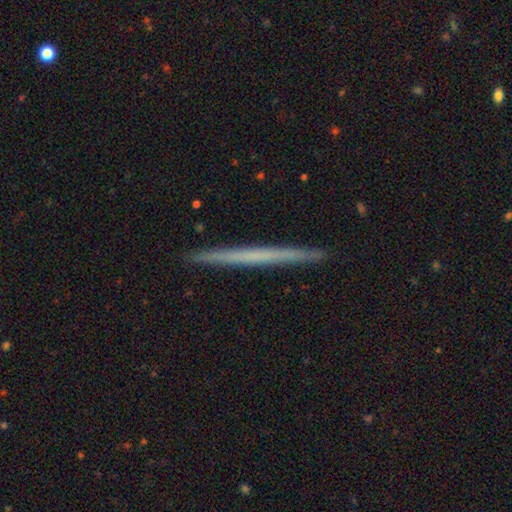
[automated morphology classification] smooth-or-featured: featured or disk: 52% | smooth: 41% | star or artifact: 6%
  disk-edge-on: yes: 98% | no: 2%
    edge-on-bulge: none: 93% | rounded: 5% | boxy: 2%
  merging: none: 93% | minor disturbance: 5% | major disturbance: 1% | merger: 1%